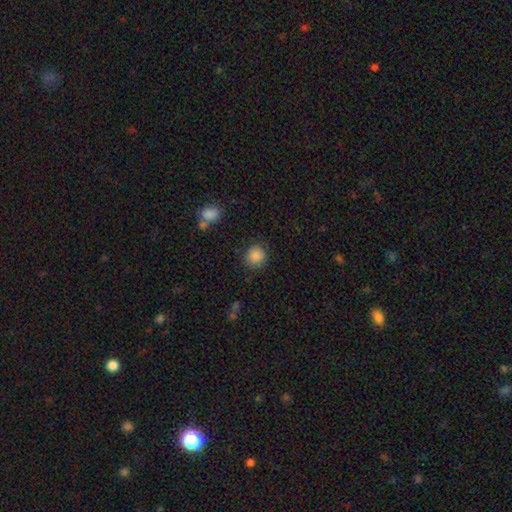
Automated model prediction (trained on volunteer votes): Smooth or featured: smooth — 87% (star or artifact — 9%)
How rounded: round — 90% (in between — 9%)
Merging: none — 85% (minor disturbance — 10%)